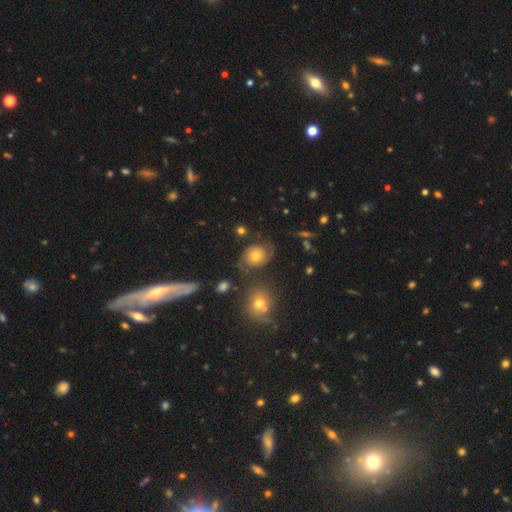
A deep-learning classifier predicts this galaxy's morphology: smooth-or-featured: featured or disk: 63% | smooth: 24% | star or artifact: 12%
  disk-edge-on: no: 97% | yes: 3%
    bar: no: 78% | weak: 18% | strong: 4%
    has-spiral-arms: yes: 90% | no: 10%
      spiral-winding: medium: 42% | tight: 38% | loose: 20%
      spiral-arm-count: 2: 76% | can't tell: 11% | 1: 6% | 3: 4% | 4: 2% | more than 4: 2%
    bulge-size: moderate: 58% | small: 27% | large: 9% | none: 3% | dominant: 2%
  merging: none: 64% | minor disturbance: 19% | major disturbance: 11% | merger: 6%